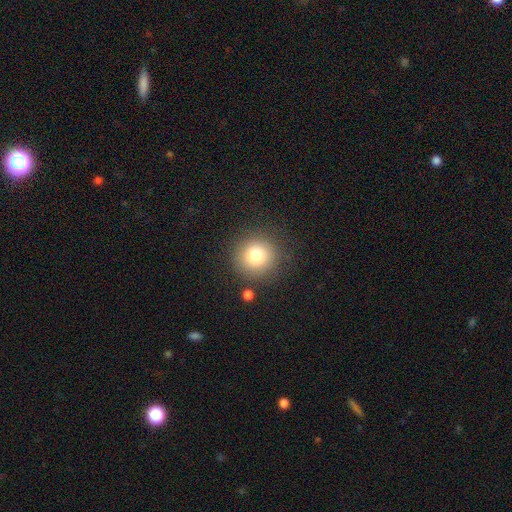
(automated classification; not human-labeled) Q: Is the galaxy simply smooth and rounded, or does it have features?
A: smooth — 79%.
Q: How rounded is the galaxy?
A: round — 94%.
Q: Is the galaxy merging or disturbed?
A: none — 85%.